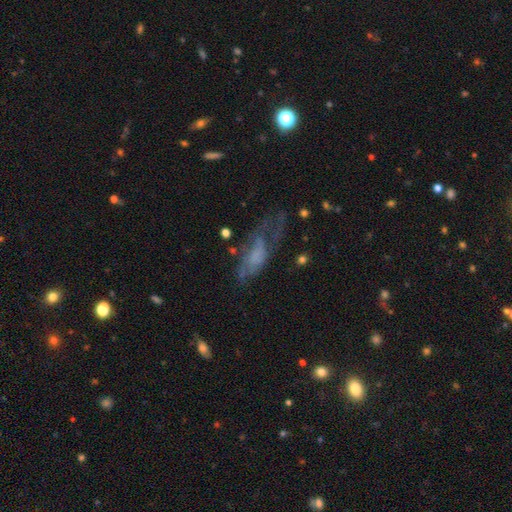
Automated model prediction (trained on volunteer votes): Morphology: type=featured or disk (53%); edge-on=no (85%); merging=major disturbance (39%).